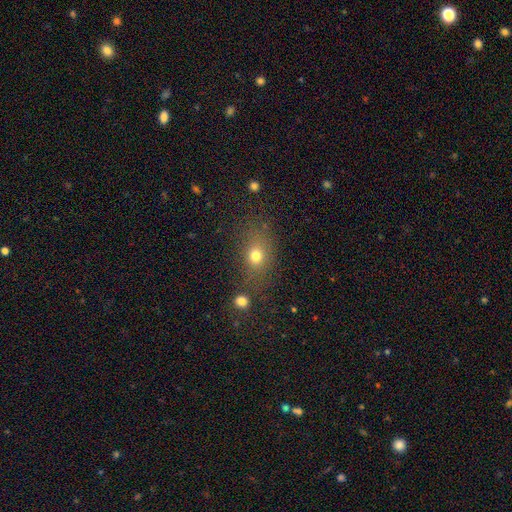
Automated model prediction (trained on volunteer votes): Smooth or featured? Predicted: smooth (p=0.73). How rounded? Predicted: in between (p=0.53). Merging? Predicted: none (p=0.69).